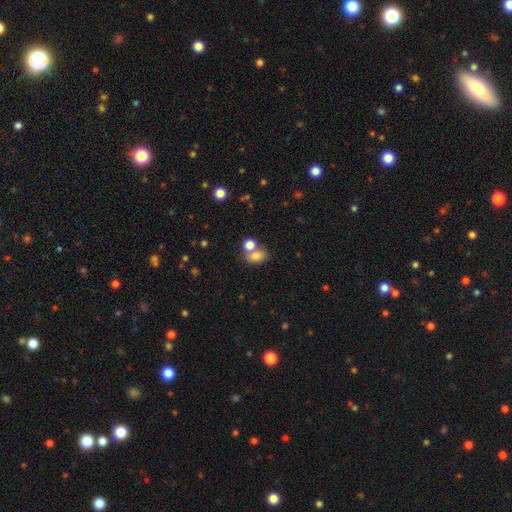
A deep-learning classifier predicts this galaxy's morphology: type=smooth (78%); roundness=in between (67%); merging=none (43%).